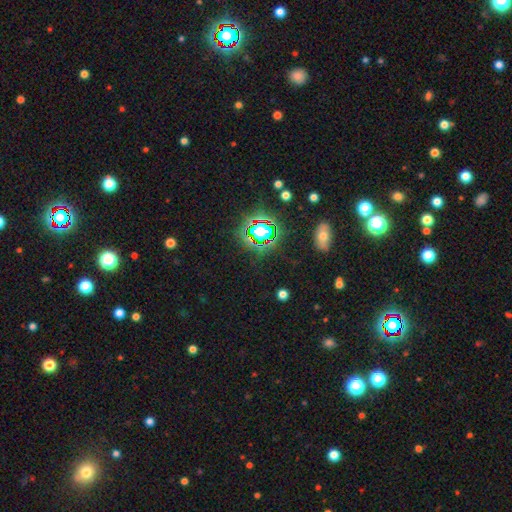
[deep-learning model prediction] Smooth or featured? star or artifact (74%)